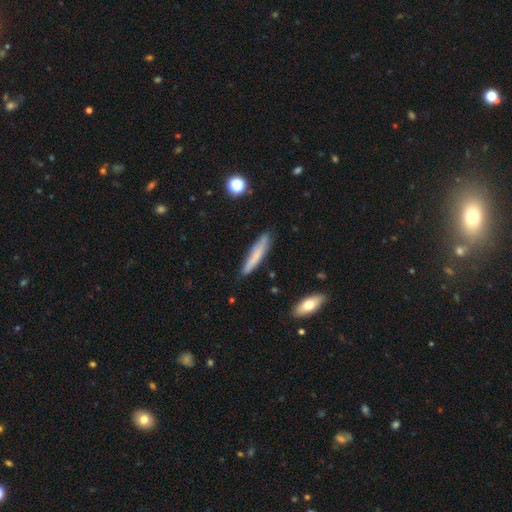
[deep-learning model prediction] Smooth or featured: smooth — 71% (featured or disk — 22%)
How rounded: cigar-shaped — 91% (in between — 8%)
Merging: none — 83% (minor disturbance — 13%)